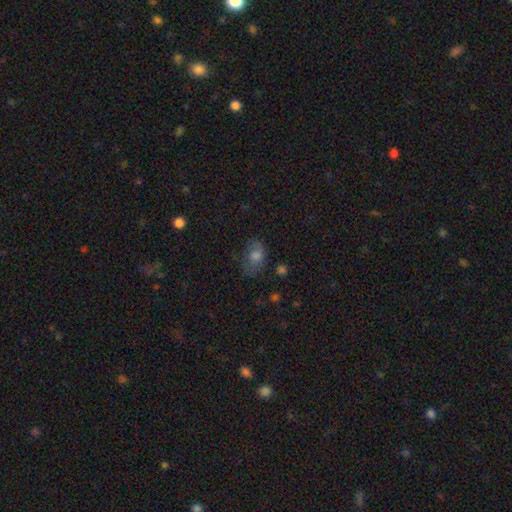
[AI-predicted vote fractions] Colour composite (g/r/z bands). It shows a smooth galaxy with no disk features (67%) that is in between round and cigar-shaped (78%). Merging: none (54%).